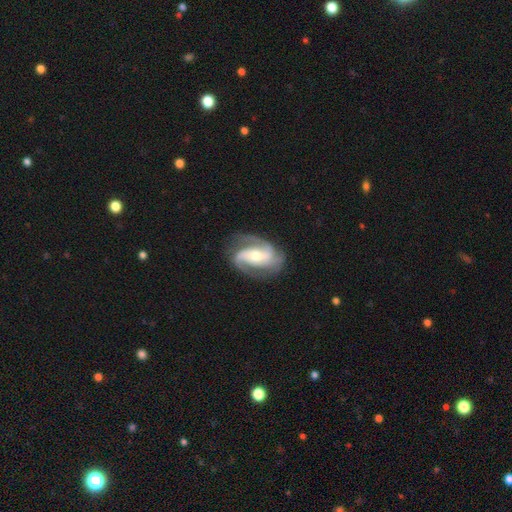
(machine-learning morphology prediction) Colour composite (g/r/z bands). It shows a featured or disk galaxy (87%) with no bar (37%), 2 (60%) medium (50%) spiral arms (97%) and a moderate central bulge (60%). Merging: none (72%).